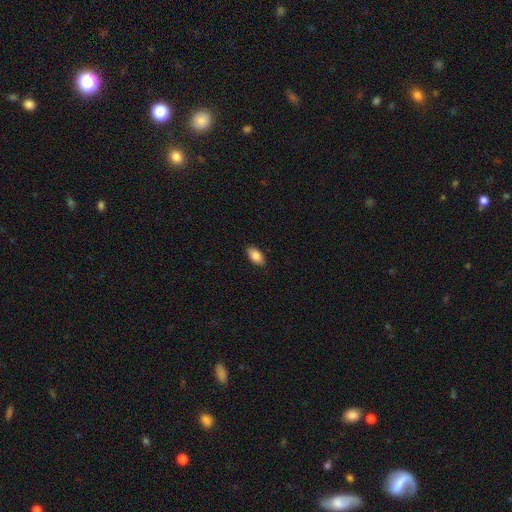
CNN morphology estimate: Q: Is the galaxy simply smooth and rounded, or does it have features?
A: smooth — 88%.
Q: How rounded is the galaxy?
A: in between — 93%.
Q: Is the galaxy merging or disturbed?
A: none — 87%.